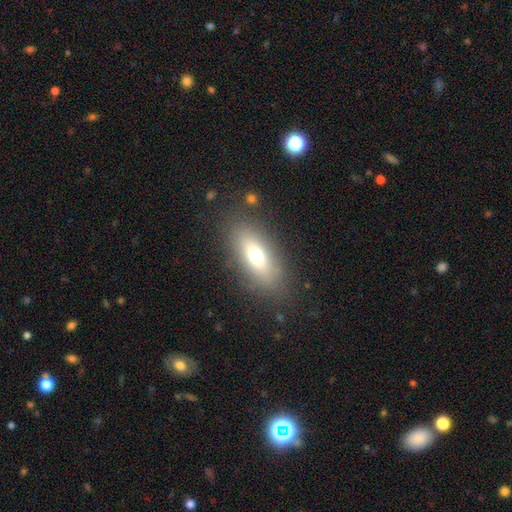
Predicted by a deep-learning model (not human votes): Morphology: type=smooth (66%); roundness=in between (77%); merging=none (82%).